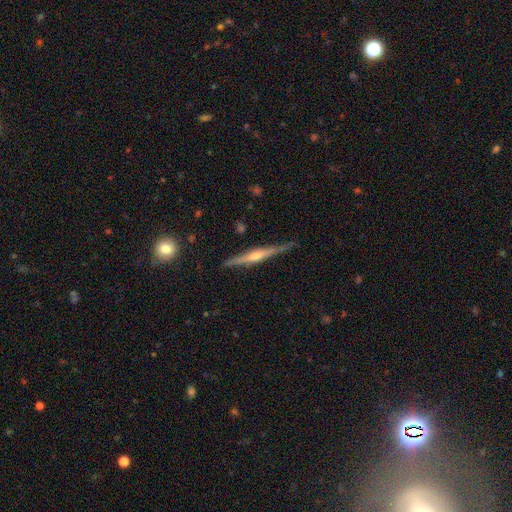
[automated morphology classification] This is likely a featured or disk galaxy (77%). It is clearly viewed edge-on (98%). Edge-on bulge: likely rounded (77%). Merging: clearly none (84%).